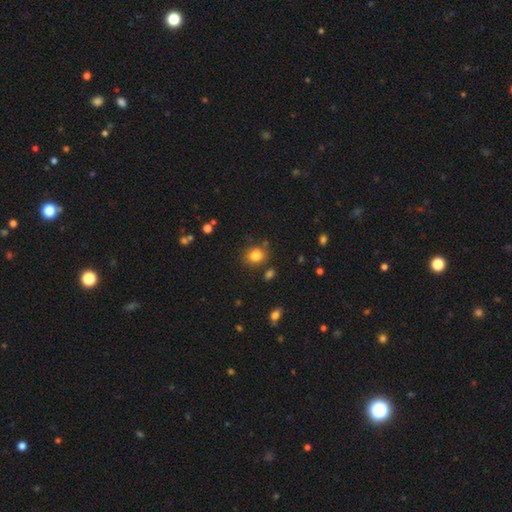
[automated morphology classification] smooth 82%, star or artifact 12%, featured or disk 7%. Down the decision tree: how rounded — round (68%); merging — none (78%).